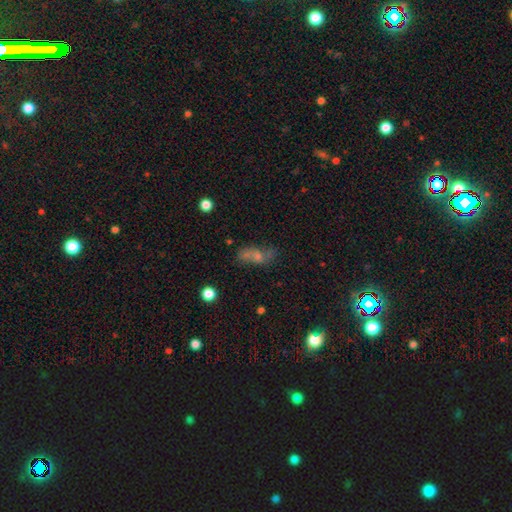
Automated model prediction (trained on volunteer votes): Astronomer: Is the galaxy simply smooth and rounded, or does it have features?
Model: smooth — 51% (runner-up: featured or disk, 30%).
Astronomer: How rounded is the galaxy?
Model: in between — 70%.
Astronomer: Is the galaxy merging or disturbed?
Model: none — 45% (runner-up: merger, 20%).